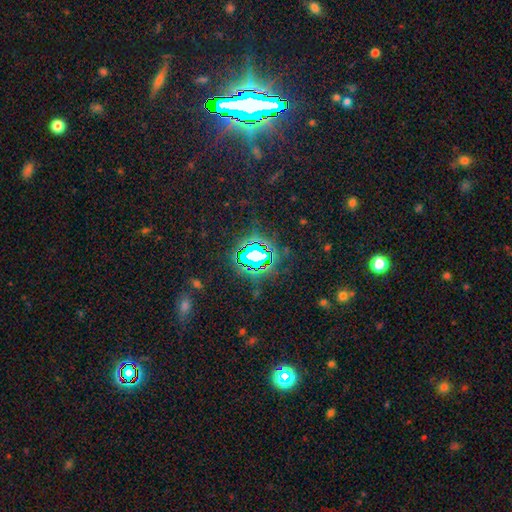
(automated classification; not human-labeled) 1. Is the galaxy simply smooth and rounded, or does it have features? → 77% star or artifact, 13% smooth, 10% featured or disk.